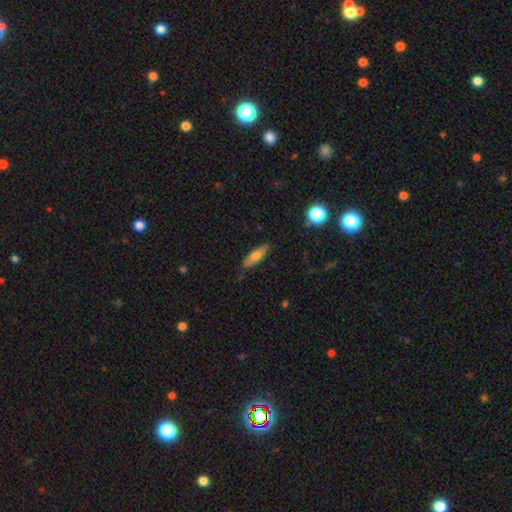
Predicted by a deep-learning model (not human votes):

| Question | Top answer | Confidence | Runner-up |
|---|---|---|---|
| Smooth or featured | smooth | 63% | featured or disk (30%) |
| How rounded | cigar-shaped | 58% | in between (40%) |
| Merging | none | 82% | minor disturbance (14%) |